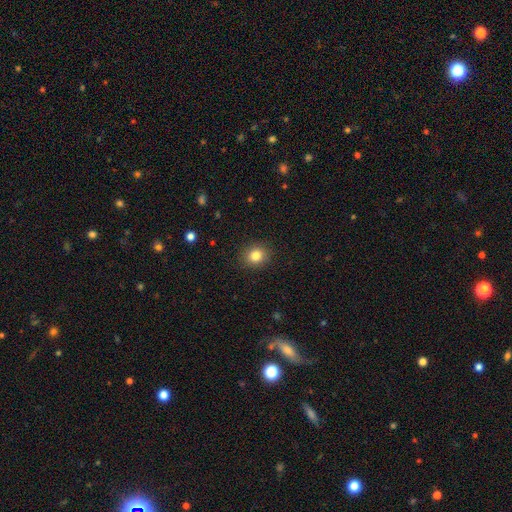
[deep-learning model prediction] A smooth galaxy with no disk features (83%) that is round (77%). Merging: none (90%).